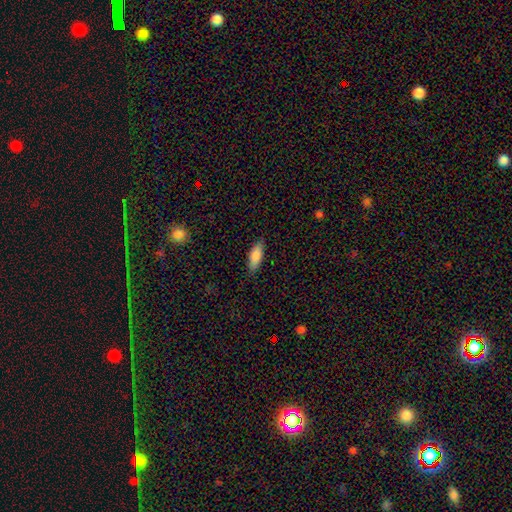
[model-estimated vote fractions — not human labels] smooth 85%, featured or disk 9%, star or artifact 6%. Down the decision tree: how rounded — in between (72%); merging — none (85%).